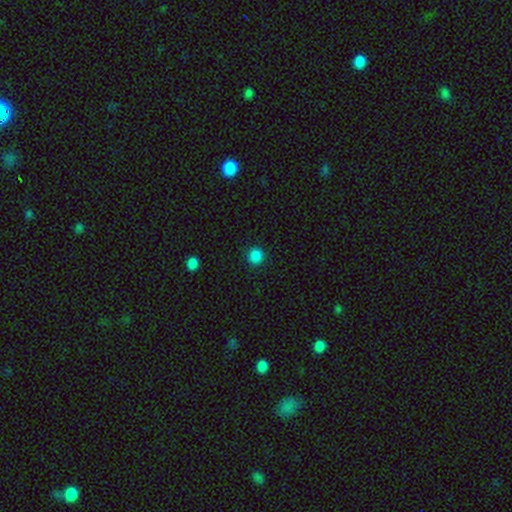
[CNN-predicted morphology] smooth_or_featured: smooth (p=0.86) [alt: star or artifact p=0.11]
how_rounded: round (p=0.91) [alt: in between p=0.08]
merging: none (p=0.91) [alt: minor disturbance p=0.06]